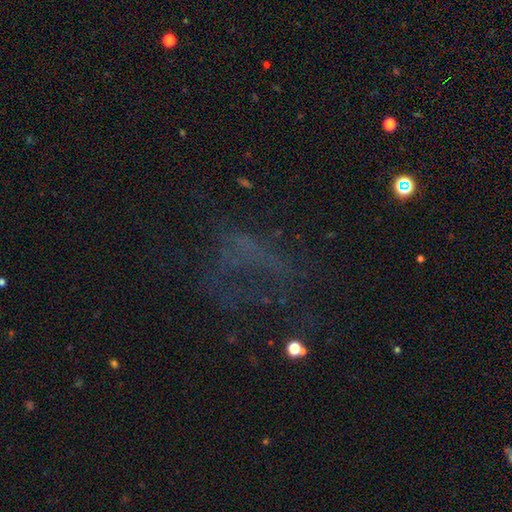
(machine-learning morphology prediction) The model was most divided on "smooth or featured": star or artifact: 44%, featured or disk: 33%, smooth: 23%.